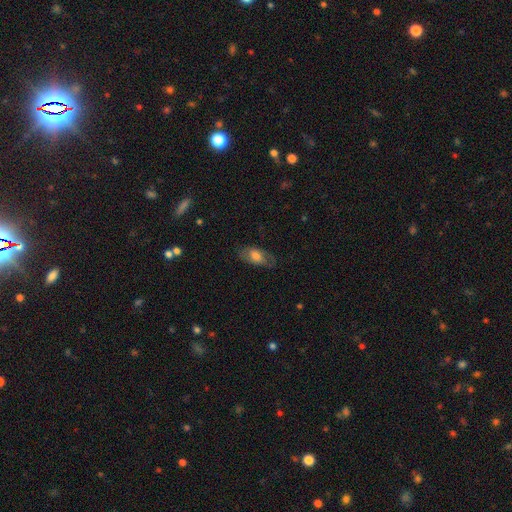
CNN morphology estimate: smooth_or_featured: smooth (p=0.57) [alt: featured or disk p=0.36]
how_rounded: in between (p=0.88) [alt: cigar-shaped p=0.07]
merging: none (p=0.72) [alt: minor disturbance p=0.18]